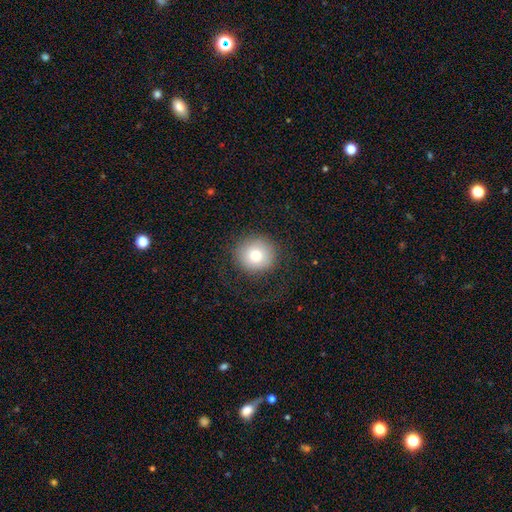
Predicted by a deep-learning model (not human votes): The model was most divided on "smooth or featured": smooth: 74%, featured or disk: 14%, star or artifact: 12%. More confident: how rounded — round (93%); merging — none (84%).